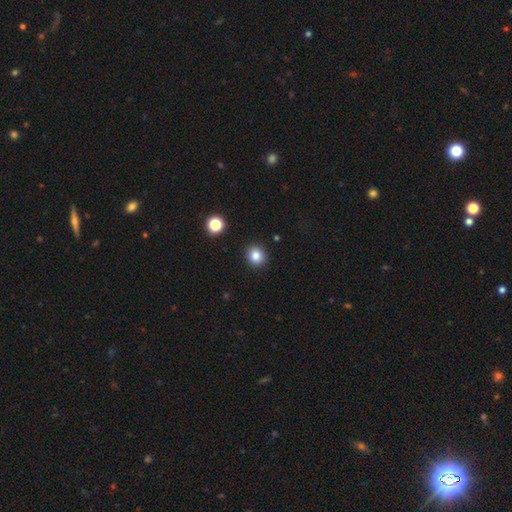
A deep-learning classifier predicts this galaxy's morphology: This appears to be a smooth galaxy with no disk features (83%) that is round (87%). Merging: none (91%).